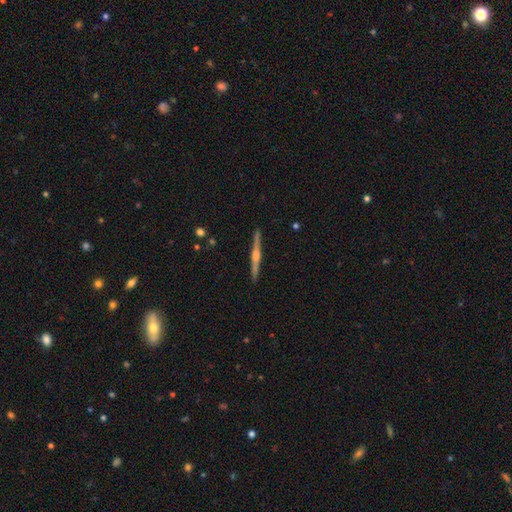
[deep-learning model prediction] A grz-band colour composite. It shows a featured or disk galaxy (78%) viewed edge-on (99%) with a rounded central bulge (79%). Merging: none (92%).